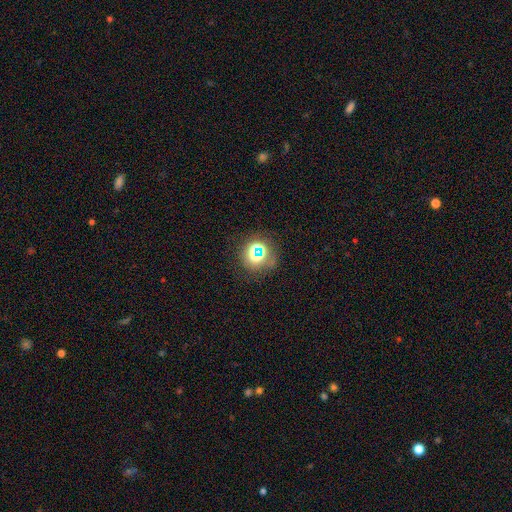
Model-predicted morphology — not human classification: The model was most divided on "smooth or featured": star or artifact: 56%, smooth: 32%, featured or disk: 12%.